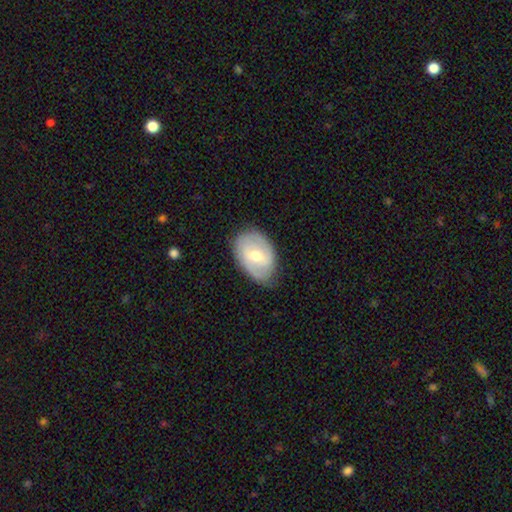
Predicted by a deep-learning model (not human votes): Q: Smooth or featured?
A: featured or disk (56%); runner-up: smooth (38%)
Q: Edge-on disk?
A: no (94%); runner-up: yes (6%)
Q: Bar?
A: weak (48%); runner-up: no (38%)
Q: Spiral arms?
A: yes (67%); runner-up: no (33%)
Q: Bulge size?
A: moderate (70%); runner-up: small (25%)
Q: Merging?
A: none (71%); runner-up: minor disturbance (23%)